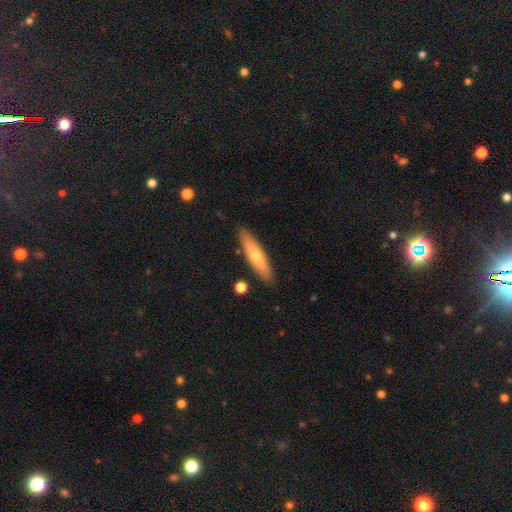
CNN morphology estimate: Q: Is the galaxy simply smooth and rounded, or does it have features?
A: smooth — 58%.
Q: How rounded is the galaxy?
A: cigar-shaped — 79%.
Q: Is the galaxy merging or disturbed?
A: none — 87%.